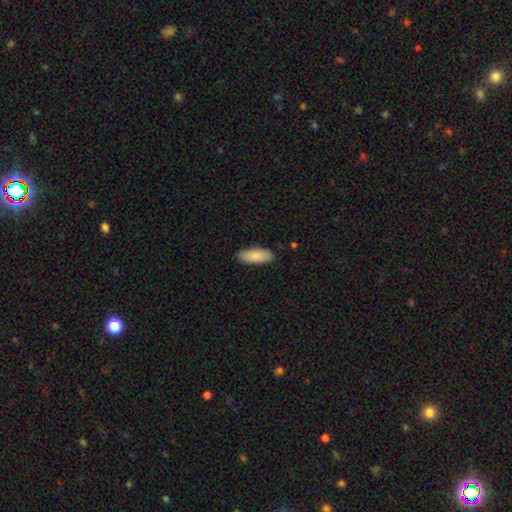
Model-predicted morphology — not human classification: A smooth galaxy with no disk features (87%) that is in between round and cigar-shaped (81%). Merging: none (88%).